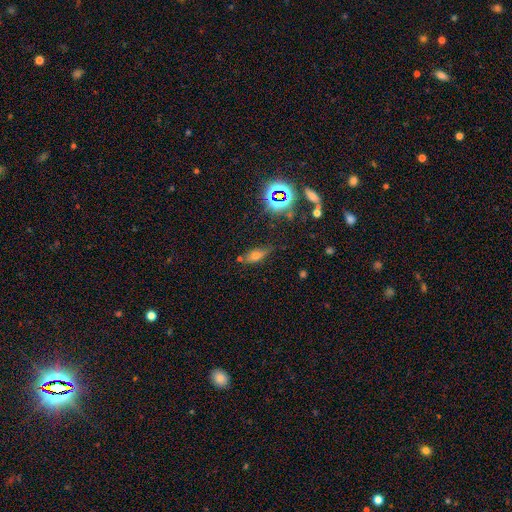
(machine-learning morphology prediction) The model was most divided on "smooth or featured": smooth: 54%, star or artifact: 25%, featured or disk: 21%. More confident: merging — none (68%); how rounded — in between (68%).